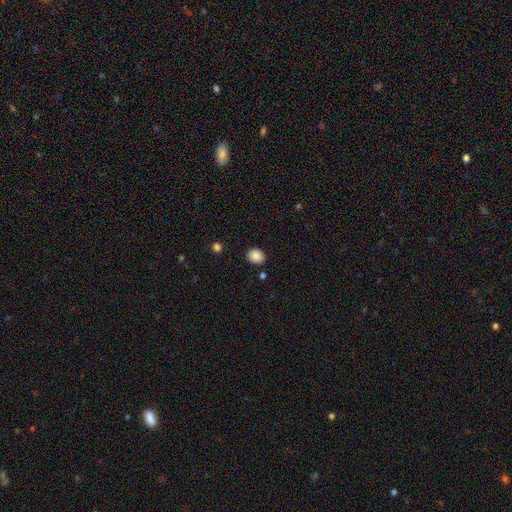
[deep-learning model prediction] Morphology: type=smooth (87%); roundness=round (53%); merging=none (86%).